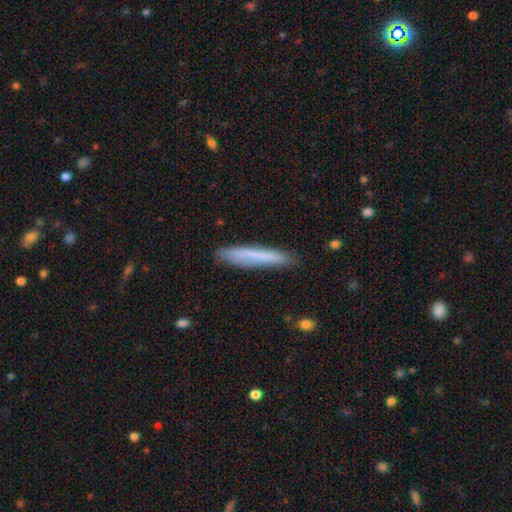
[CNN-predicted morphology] smooth-or-featured: smooth: 68% | featured or disk: 25% | star or artifact: 7%
  how-rounded: cigar-shaped: 94% | in between: 4% | round: 1%
  merging: none: 85% | minor disturbance: 11% | major disturbance: 2% | merger: 2%